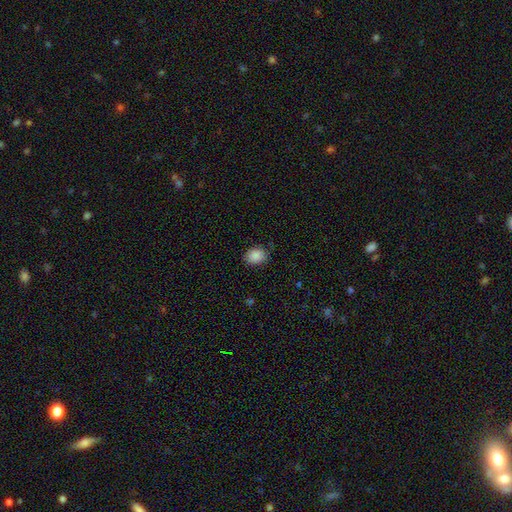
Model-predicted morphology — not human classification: Smooth or featured? smooth (88%)
How rounded? in between (55%)
Merging? none (79%)